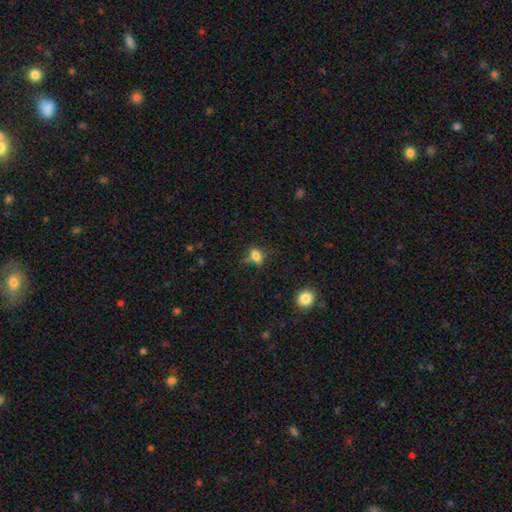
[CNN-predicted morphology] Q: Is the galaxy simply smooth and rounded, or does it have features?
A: smooth — 71%.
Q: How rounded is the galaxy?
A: in between — 68%.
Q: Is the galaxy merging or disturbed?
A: none — 55%.